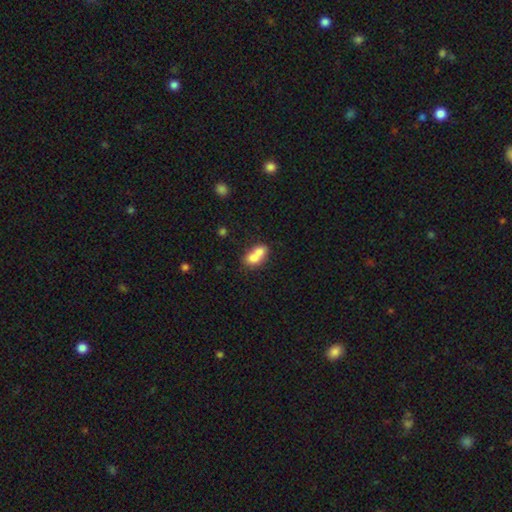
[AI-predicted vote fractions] Morphology: type=smooth (68%); roundness=in between (64%); merging=merger (68%).